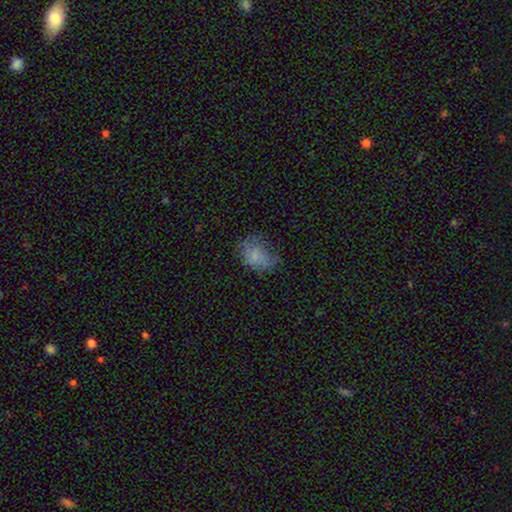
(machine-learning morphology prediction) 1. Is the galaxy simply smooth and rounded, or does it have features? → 68% smooth, 19% featured or disk, 12% star or artifact.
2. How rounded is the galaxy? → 67% in between, 32% round, 1% cigar-shaped.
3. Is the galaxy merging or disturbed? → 42% none, 32% minor disturbance, 23% major disturbance, 2% merger.